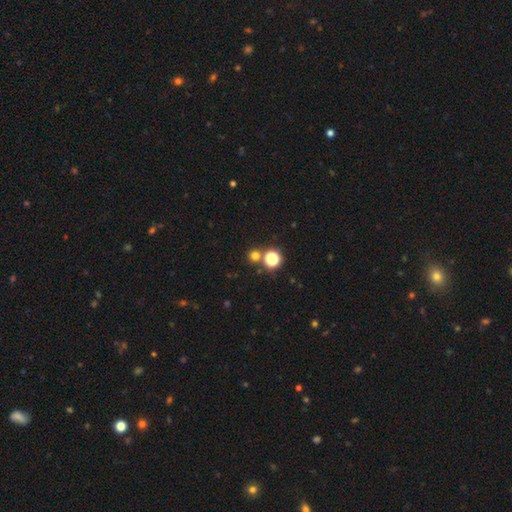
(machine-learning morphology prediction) type=smooth (69%); roundness=round (93%); merging=none (75%).